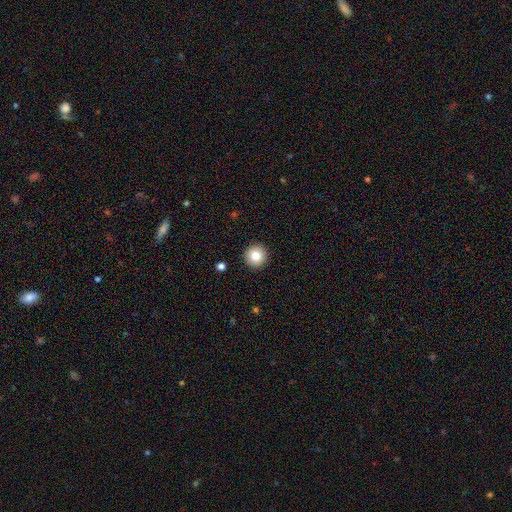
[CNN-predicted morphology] type=smooth (80%); roundness=round (96%); merging=none (93%).